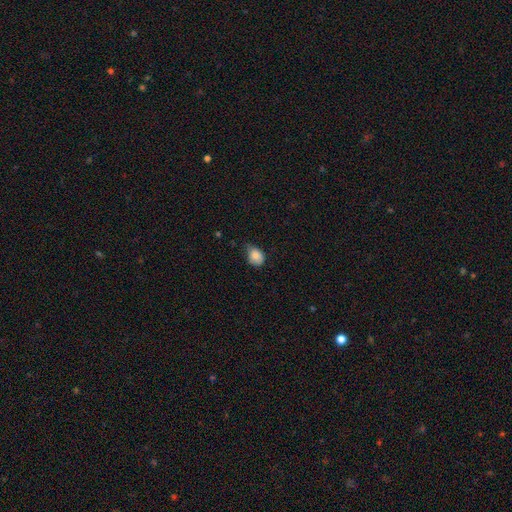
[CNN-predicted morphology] smooth 84%, star or artifact 9%, featured or disk 7%. Down the decision tree: how rounded — in between (60%); merging — minor disturbance (45%).